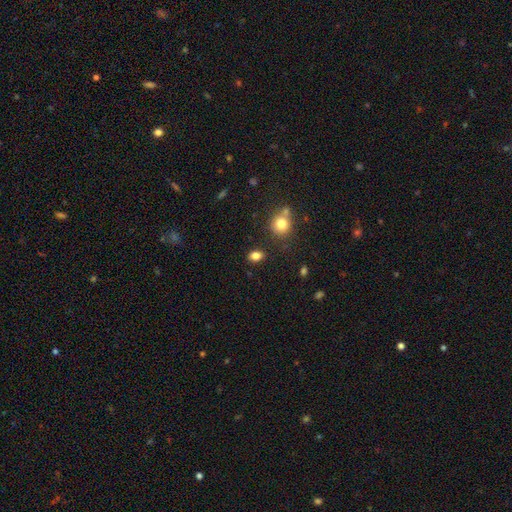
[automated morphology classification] Smooth or featured? smooth (83%)
How rounded? in between (73%)
Merging? none (83%)